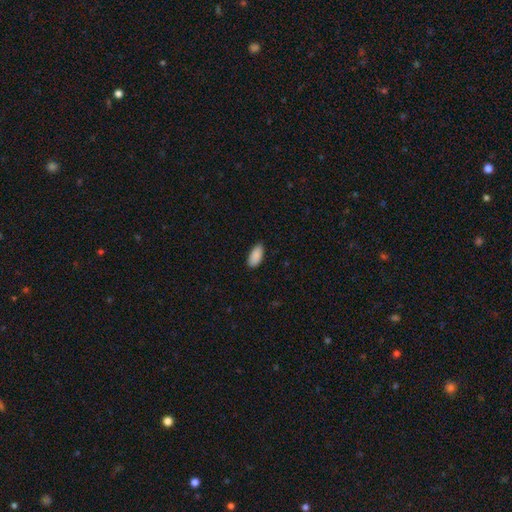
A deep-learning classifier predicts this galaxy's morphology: Smooth or featured? smooth (90%)
How rounded? in between (92%)
Merging? none (84%)